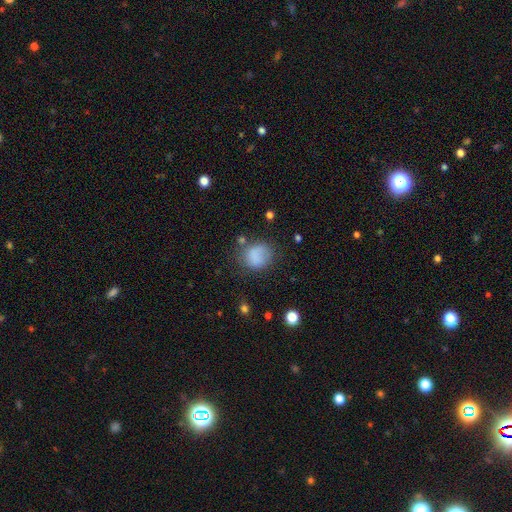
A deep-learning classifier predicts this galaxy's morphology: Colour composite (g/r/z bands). It shows a smooth galaxy with no disk features (79%) that is round (72%). Merging: none (58%).